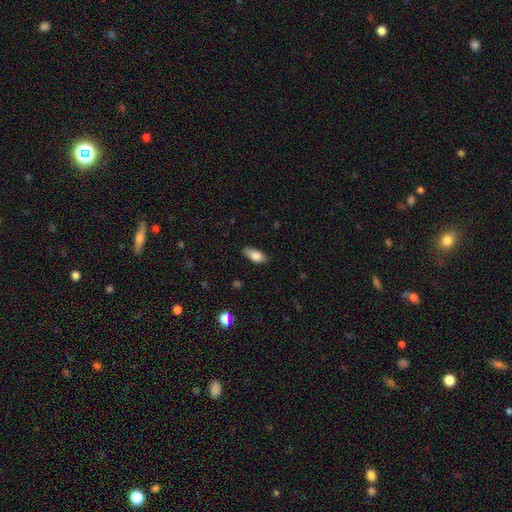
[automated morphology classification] smooth-or-featured: smooth: 78% | featured or disk: 15% | star or artifact: 7%
  how-rounded: in between: 83% | cigar-shaped: 13% | round: 3%
  merging: none: 80% | minor disturbance: 15% | major disturbance: 3% | merger: 1%